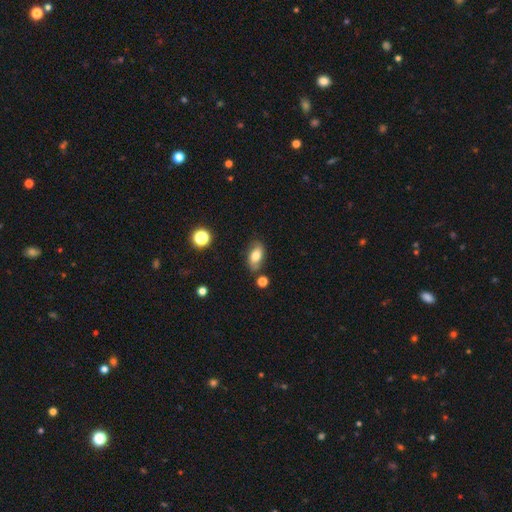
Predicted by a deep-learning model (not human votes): Smooth or featured: smooth — 73% (featured or disk — 18%)
How rounded: in between — 89% (round — 7%)
Merging: none — 74% (minor disturbance — 17%)